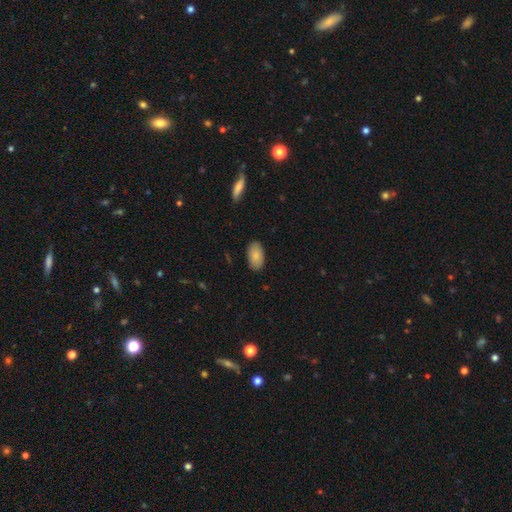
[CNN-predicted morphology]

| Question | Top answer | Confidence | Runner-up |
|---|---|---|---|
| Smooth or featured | smooth | 84% | featured or disk (10%) |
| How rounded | in between | 95% | round (4%) |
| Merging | none | 87% | minor disturbance (10%) |